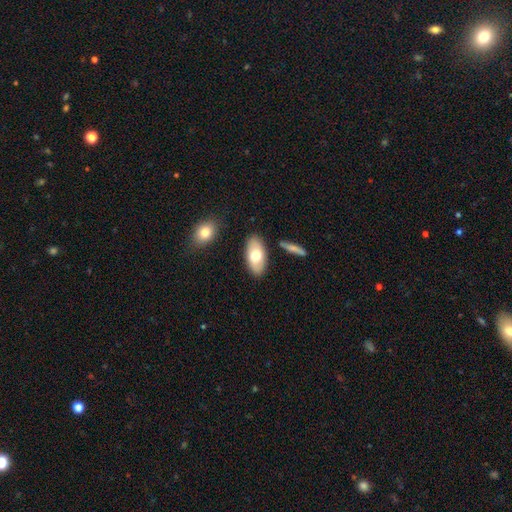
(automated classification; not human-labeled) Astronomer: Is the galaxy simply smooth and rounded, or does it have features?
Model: smooth — 69%.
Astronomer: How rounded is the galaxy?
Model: in between — 93%.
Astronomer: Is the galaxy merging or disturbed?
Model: none — 84%.